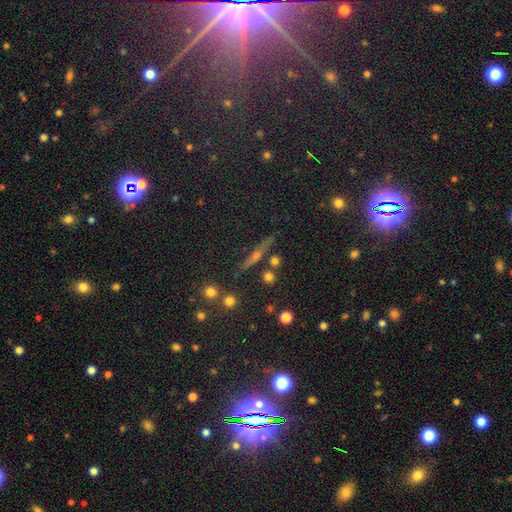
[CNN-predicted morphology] Smooth or featured? star or artifact (57%)